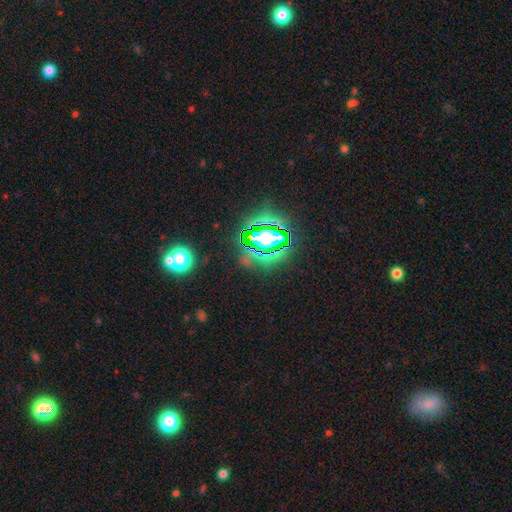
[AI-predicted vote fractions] Smooth or featured? star or artifact (81%)